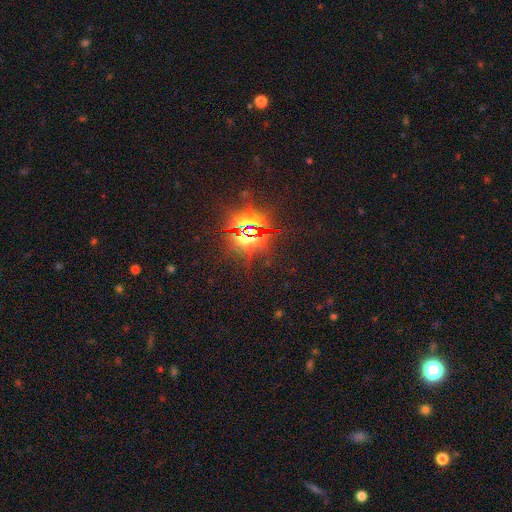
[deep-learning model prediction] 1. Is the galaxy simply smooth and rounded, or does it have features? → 85% star or artifact, 9% smooth, 6% featured or disk.